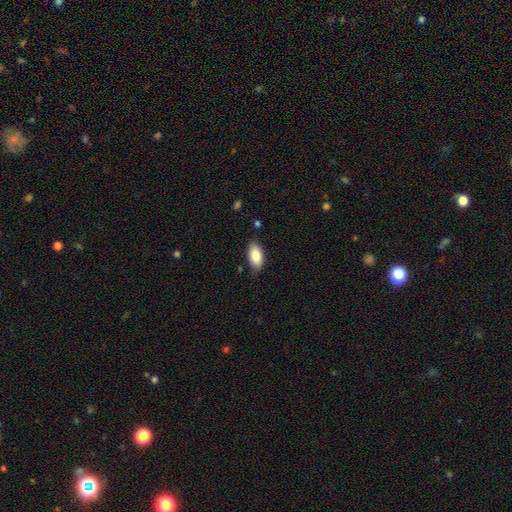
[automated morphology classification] smooth 87%, featured or disk 7%, star or artifact 6%. Down the decision tree: how rounded — in between (94%); merging — none (82%).